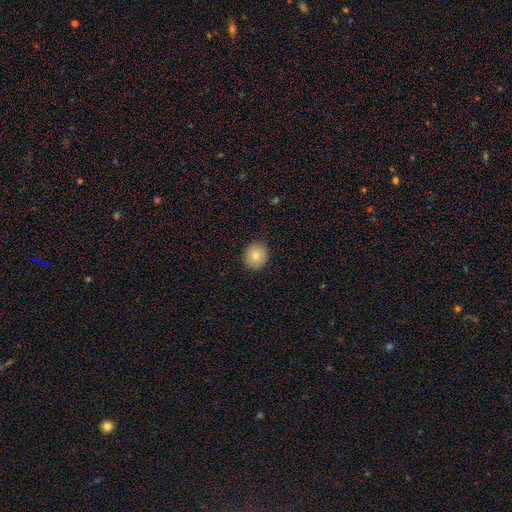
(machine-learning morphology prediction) This appears to be a smooth galaxy with no disk features (76%) that is round (87%). Merging: none (88%).